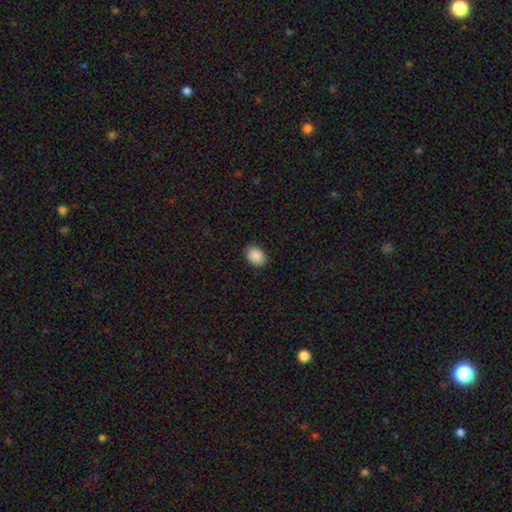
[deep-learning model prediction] Smooth or featured? smooth (90%)
How rounded? in between (71%)
Merging? none (89%)